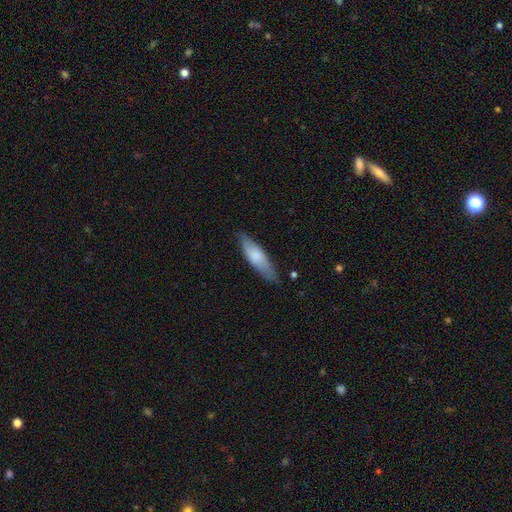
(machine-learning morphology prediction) A smooth galaxy with no disk features (70%) that is cigar-shaped (57%). Merging: none (78%).